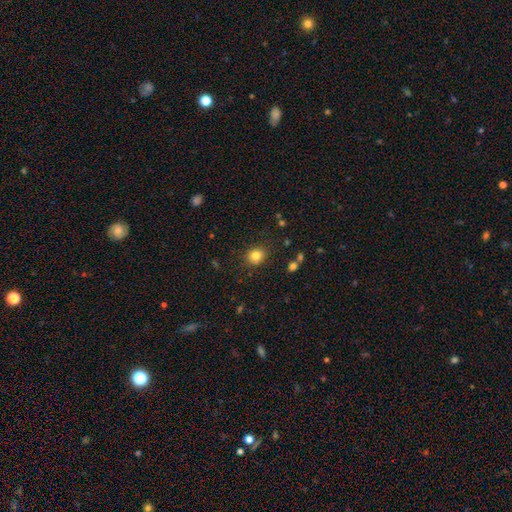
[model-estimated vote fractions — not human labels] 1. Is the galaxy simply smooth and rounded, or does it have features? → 82% smooth, 11% star or artifact, 7% featured or disk.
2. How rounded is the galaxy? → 70% round, 30% in between, 1% cigar-shaped.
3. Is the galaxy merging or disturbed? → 86% none, 10% minor disturbance, 3% major disturbance, 2% merger.